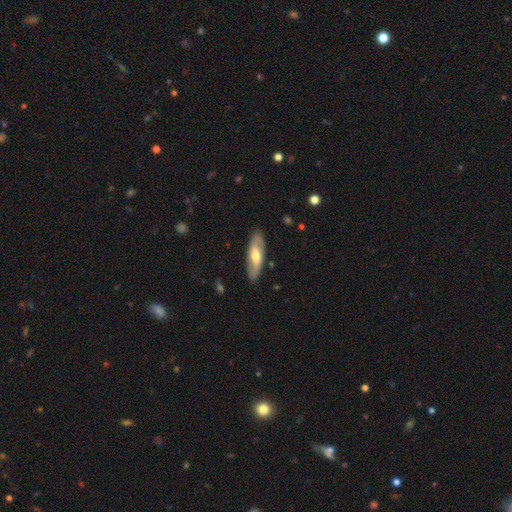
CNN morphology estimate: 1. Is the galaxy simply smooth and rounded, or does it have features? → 50% featured or disk, 45% smooth, 5% star or artifact.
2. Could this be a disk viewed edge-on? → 70% no, 30% yes.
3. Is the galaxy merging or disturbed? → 86% none, 11% minor disturbance, 2% major disturbance, 1% merger.